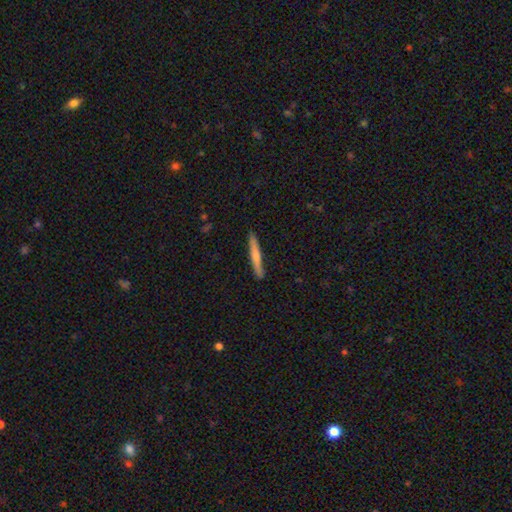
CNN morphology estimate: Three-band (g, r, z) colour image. It shows a smooth galaxy with no disk features (55%) that is cigar-shaped (95%). Merging: none (89%).